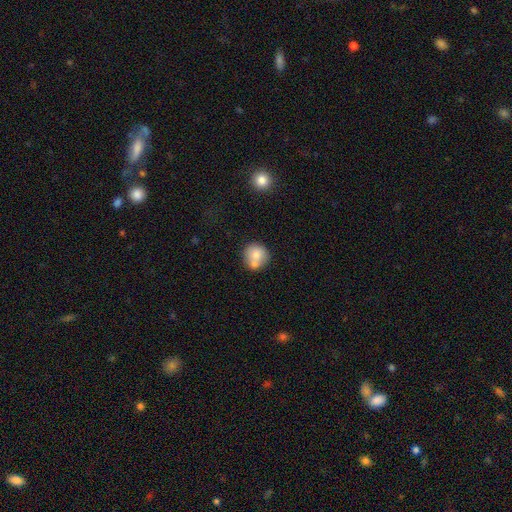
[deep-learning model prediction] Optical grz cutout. It shows a smooth galaxy with no disk features (76%) that is round (90%). Merging: none (55%).